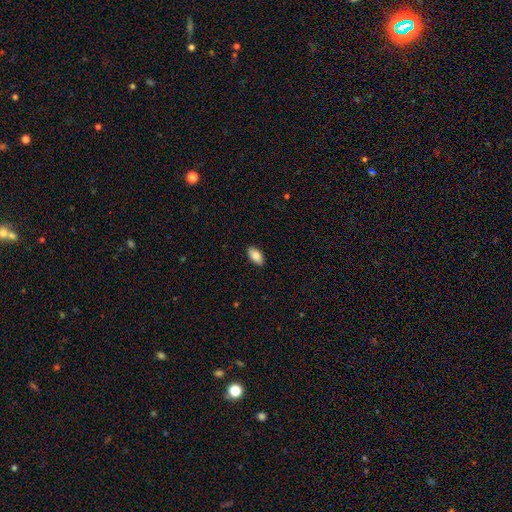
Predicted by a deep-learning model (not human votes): This is clearly a smooth galaxy (87%). How rounded: clearly in between (93%). Merging: clearly none (89%).